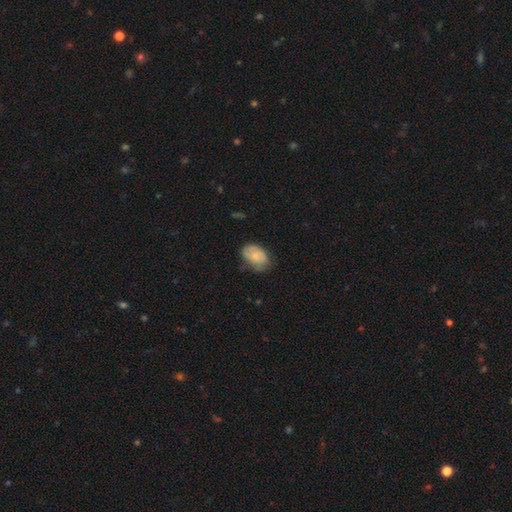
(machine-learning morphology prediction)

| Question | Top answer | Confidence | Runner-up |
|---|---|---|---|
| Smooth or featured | smooth | 68% | featured or disk (25%) |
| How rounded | in between | 82% | round (17%) |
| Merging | none | 56% | minor disturbance (32%) |